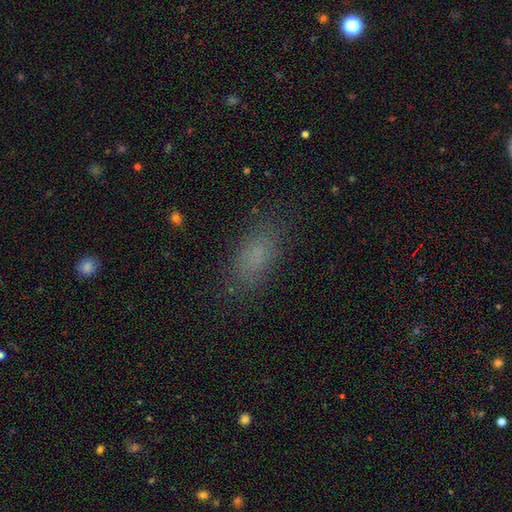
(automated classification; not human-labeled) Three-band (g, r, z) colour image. It shows a smooth galaxy with no disk features (76%) that is in between round and cigar-shaped (84%). Merging: none (78%).